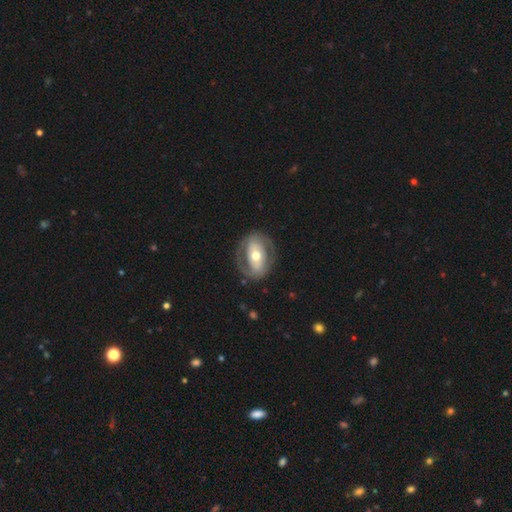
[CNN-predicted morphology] Smooth or featured?
  - featured or disk: 68% *
  - smooth: 27%
  - star or artifact: 5%
Edge-on disk?
  - no: 94% *
  - yes: 6%
Bar?
  - no: 40% *
  - strong: 34%
  - weak: 25%
Spiral arms?
  - yes: 54% *
  - no: 46%
Bulge size?
  - moderate: 71% *
  - small: 16%
  - large: 10%
  - dominant: 1%
  - none: 1%
Merging?
  - none: 77% *
  - minor disturbance: 14%
  - major disturbance: 8%
  - merger: 1%